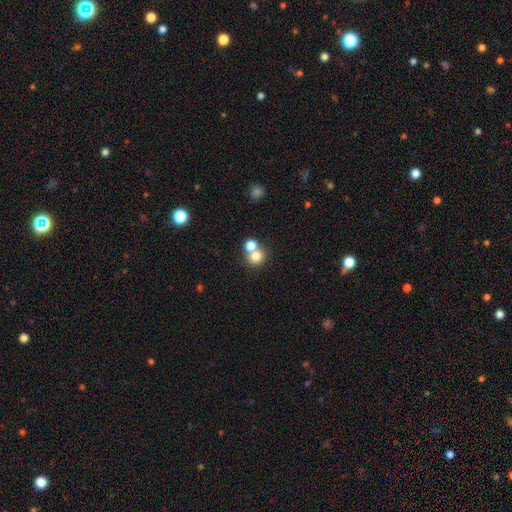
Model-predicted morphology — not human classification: Overall: smooth (76%). How rounded: round (83%). Merging: none (46%; merger 45%).